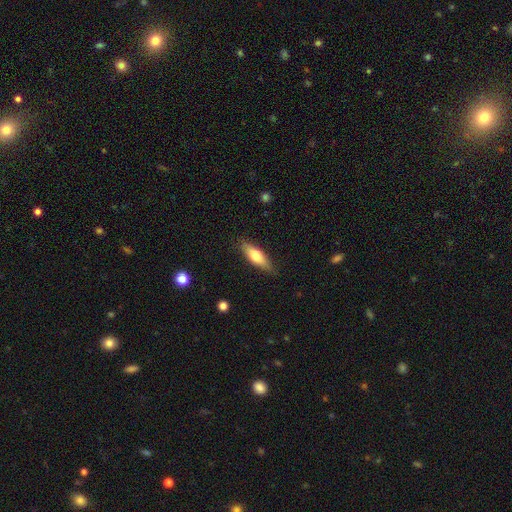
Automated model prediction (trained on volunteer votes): Smooth or featured? Predicted: smooth (p=0.67). How rounded? Predicted: in between (p=0.51). Merging? Predicted: none (p=0.84).